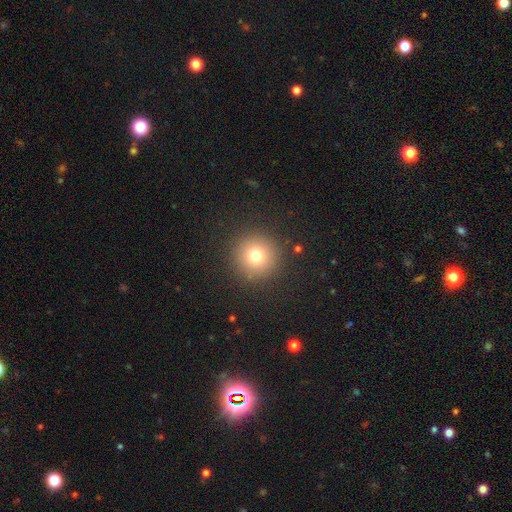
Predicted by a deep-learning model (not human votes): Smooth or featured?
  - smooth: 76% *
  - star or artifact: 14%
  - featured or disk: 9%
How rounded?
  - round: 96% *
  - in between: 3%
  - cigar-shaped: 1%
Merging?
  - none: 91% *
  - minor disturbance: 6%
  - major disturbance: 3%
  - merger: 1%